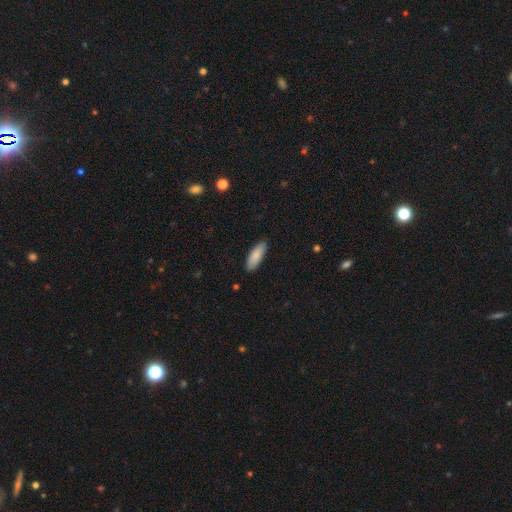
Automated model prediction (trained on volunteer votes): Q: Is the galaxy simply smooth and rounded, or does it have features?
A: smooth — 87%.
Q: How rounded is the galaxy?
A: in between — 66%.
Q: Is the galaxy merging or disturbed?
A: none — 88%.